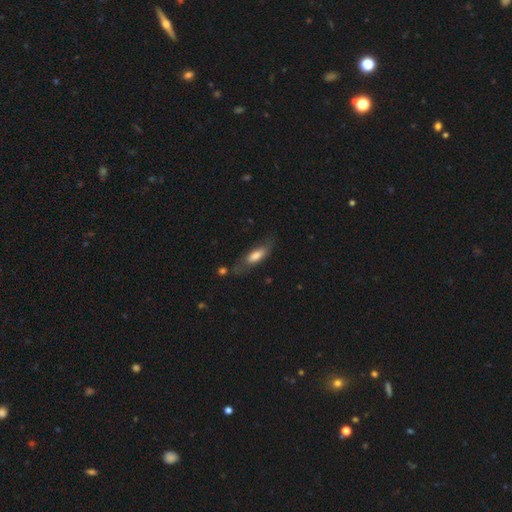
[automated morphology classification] This is likely a smooth galaxy (65%). How rounded: possibly in between (58%). Merging: likely none (61%).